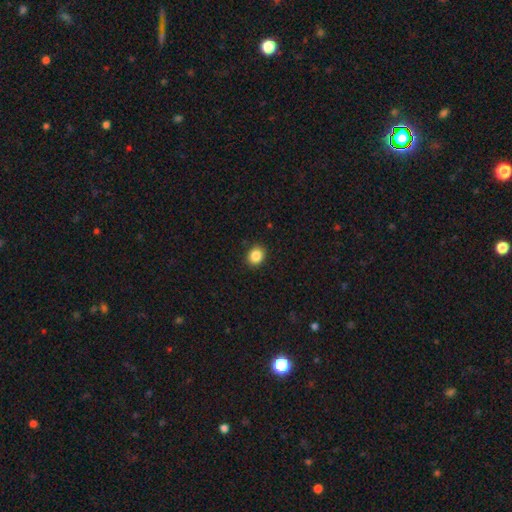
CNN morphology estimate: This appears to be a smooth galaxy with no disk features (87%) that is round (62%). Merging: none (90%).